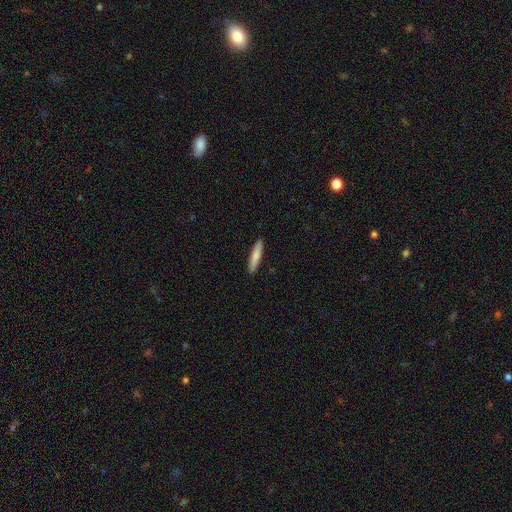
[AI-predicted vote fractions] A smooth galaxy with no disk features (78%) that is cigar-shaped (88%).

Vote fractions:
- Smooth or featured? smooth: 78% / featured or disk: 17% / star or artifact: 5%
- How rounded? cigar-shaped: 88% / in between: 11% / round: 1%
- Merging? none: 91% / minor disturbance: 7% / major disturbance: 1% / merger: 1%